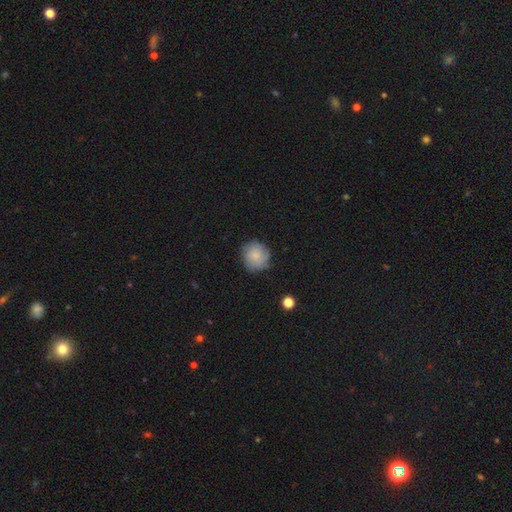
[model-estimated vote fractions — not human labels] Smooth or featured: smooth — 69% (featured or disk — 22%)
How rounded: round — 89% (in between — 10%)
Merging: none — 73% (minor disturbance — 19%)